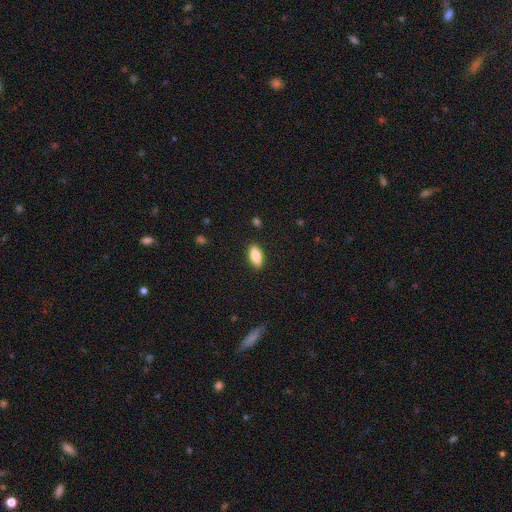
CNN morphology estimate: A smooth galaxy with no disk features (83%) that is in between round and cigar-shaped (86%).

Vote fractions:
- Smooth or featured? smooth: 83% / featured or disk: 10% / star or artifact: 7%
- How rounded? in between: 86% / cigar-shaped: 11% / round: 3%
- Merging? none: 89% / minor disturbance: 8% / major disturbance: 2% / merger: 1%